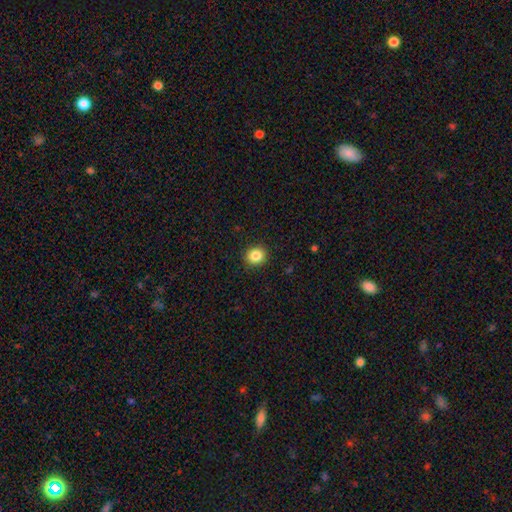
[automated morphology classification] Smooth or featured?
  - smooth: 85% *
  - star or artifact: 10%
  - featured or disk: 5%
How rounded?
  - round: 85% *
  - in between: 14%
  - cigar-shaped: 1%
Merging?
  - none: 92% *
  - minor disturbance: 6%
  - major disturbance: 2%
  - merger: 1%